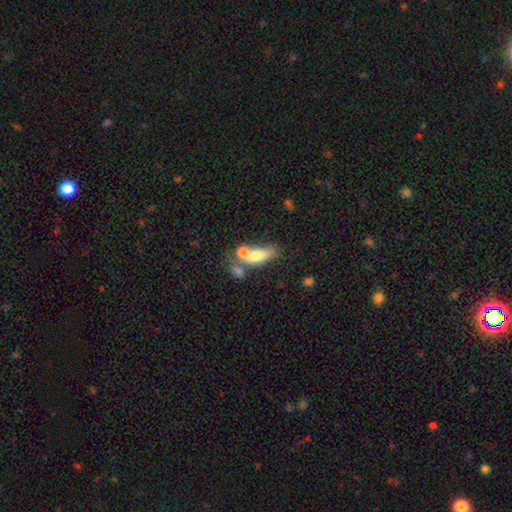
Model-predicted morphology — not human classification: Smooth or featured: smooth — 68% (featured or disk — 23%)
How rounded: in between — 70% (cigar-shaped — 19%)
Merging: merger — 52% (none — 26%)